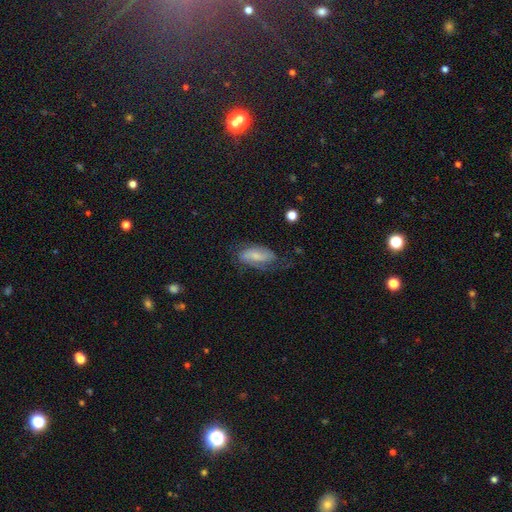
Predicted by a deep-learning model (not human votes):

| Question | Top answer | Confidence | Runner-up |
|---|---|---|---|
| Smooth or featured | featured or disk | 54% | smooth (37%) |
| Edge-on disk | no | 93% | yes (7%) |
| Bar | no | 45% | weak (38%) |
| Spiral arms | yes | 86% | no (14%) |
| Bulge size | small | 52% | moderate (28%) |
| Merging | none | 54% | minor disturbance (26%) |